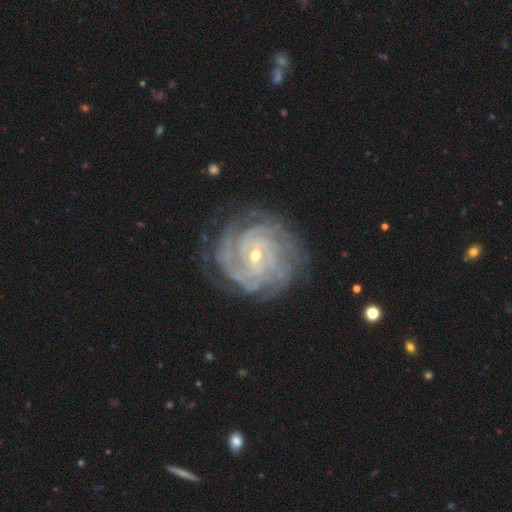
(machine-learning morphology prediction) smooth_or_featured: featured or disk (p=0.90) [alt: star or artifact p=0.05]
disk_edge_on: no (p=0.97) [alt: yes p=0.03]
bar: no (p=0.51) [alt: weak p=0.37]
has_spiral_arms: yes (p=0.98) [alt: no p=0.02]
spiral_winding: tight (p=0.82) [alt: medium p=0.16]
spiral_arm_count: can't tell (p=0.26) [alt: 4 p=0.25]
bulge_size: small (p=0.66) [alt: moderate p=0.31]
merging: none (p=0.78) [alt: minor disturbance p=0.15]